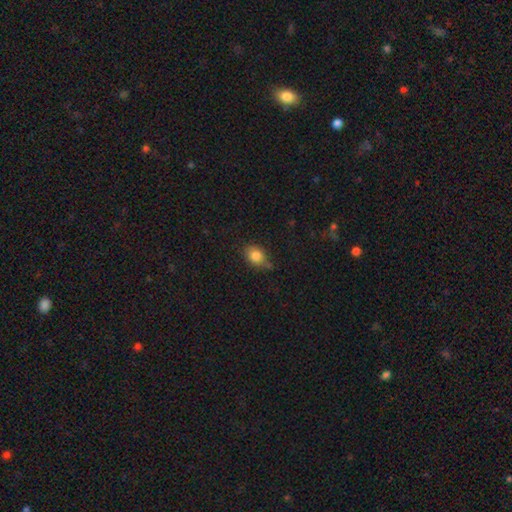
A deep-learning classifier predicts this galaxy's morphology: A smooth galaxy with no disk features (83%) that is in between round and cigar-shaped (62%).

Vote fractions:
- Smooth or featured? smooth: 83% / star or artifact: 9% / featured or disk: 7%
- How rounded? in between: 62% / round: 37% / cigar-shaped: 2%
- Merging? none: 63% / minor disturbance: 26% / major disturbance: 6% / merger: 4%